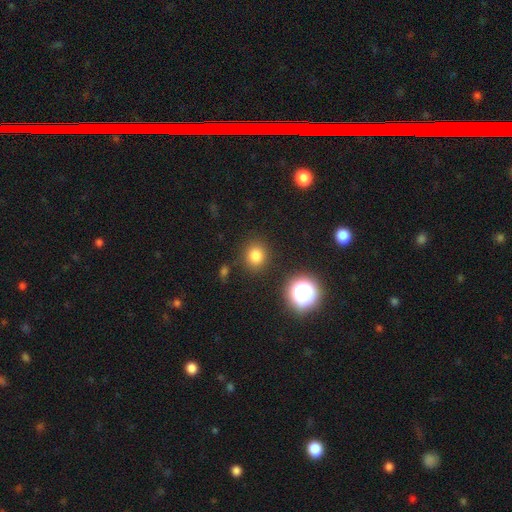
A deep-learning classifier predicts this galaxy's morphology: smooth-or-featured: smooth: 79% | star or artifact: 15% | featured or disk: 5%
  how-rounded: round: 82% | in between: 17% | cigar-shaped: 1%
  merging: none: 86% | minor disturbance: 8% | major disturbance: 3% | merger: 3%